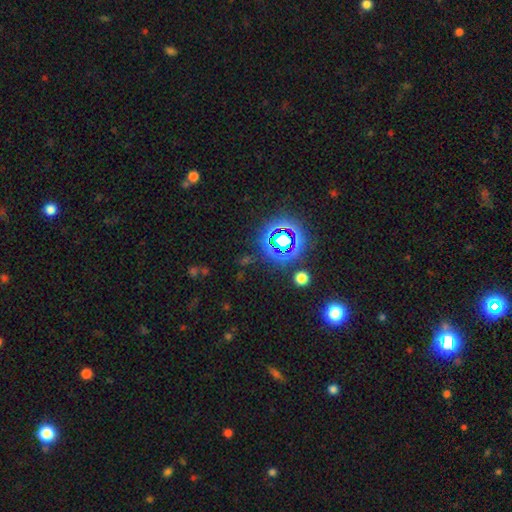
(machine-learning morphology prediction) A star or artifact, not a galaxy (78%).